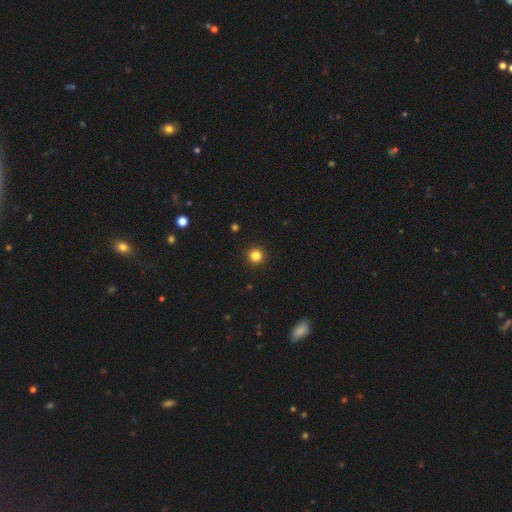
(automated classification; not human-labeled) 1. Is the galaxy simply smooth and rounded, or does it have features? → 83% smooth, 13% star or artifact, 4% featured or disk.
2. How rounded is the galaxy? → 96% round, 3% in between, 1% cigar-shaped.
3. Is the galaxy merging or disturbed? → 93% none, 4% minor disturbance, 2% major disturbance, 1% merger.